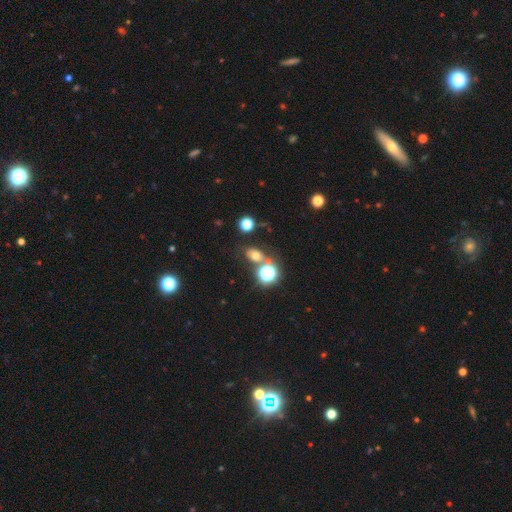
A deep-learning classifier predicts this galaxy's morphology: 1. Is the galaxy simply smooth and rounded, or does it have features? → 57% smooth, 29% star or artifact, 15% featured or disk.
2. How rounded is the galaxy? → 56% in between, 42% round, 2% cigar-shaped.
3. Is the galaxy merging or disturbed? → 64% none, 19% merger, 12% minor disturbance, 6% major disturbance.